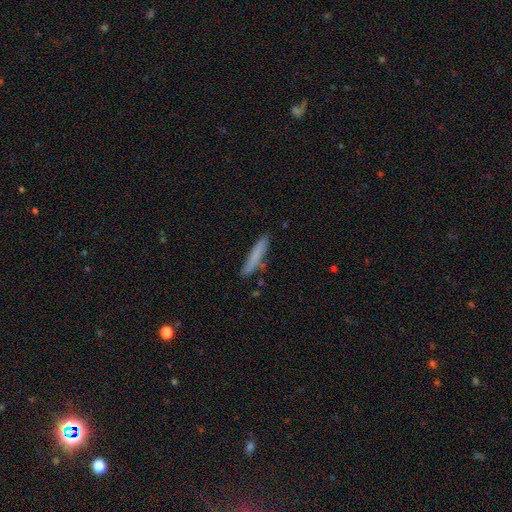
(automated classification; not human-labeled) The model was most divided on "smooth or featured": smooth: 76%, featured or disk: 17%, star or artifact: 7%. More confident: how rounded — cigar-shaped (91%); merging — none (81%).